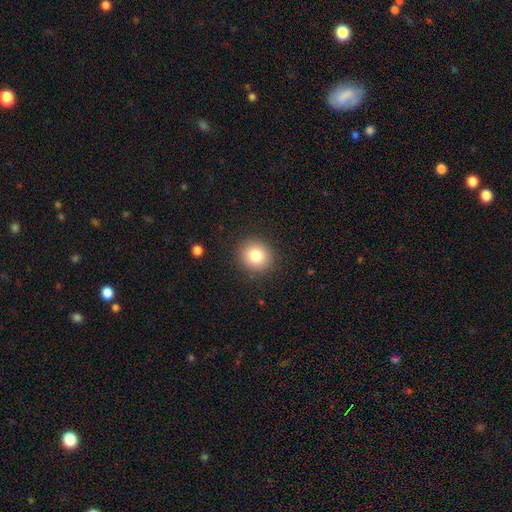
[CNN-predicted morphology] smooth_or_featured: smooth (p=0.82) [alt: star or artifact p=0.10]
how_rounded: round (p=0.84) [alt: in between p=0.15]
merging: none (p=0.89) [alt: minor disturbance p=0.07]